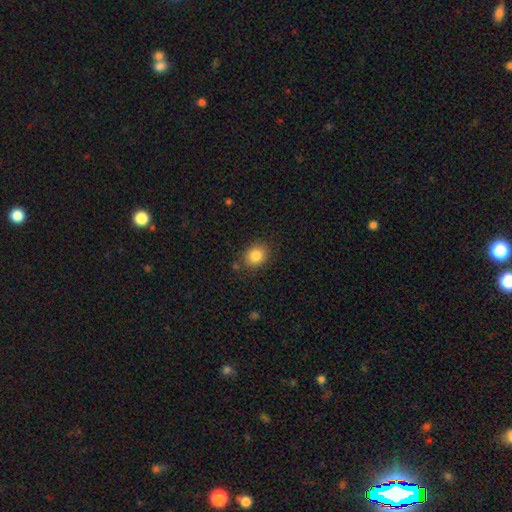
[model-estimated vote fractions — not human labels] smooth_or_featured: smooth (p=0.85) [alt: star or artifact p=0.10]
how_rounded: round (p=0.58) [alt: in between p=0.41]
merging: none (p=0.81) [alt: minor disturbance p=0.12]